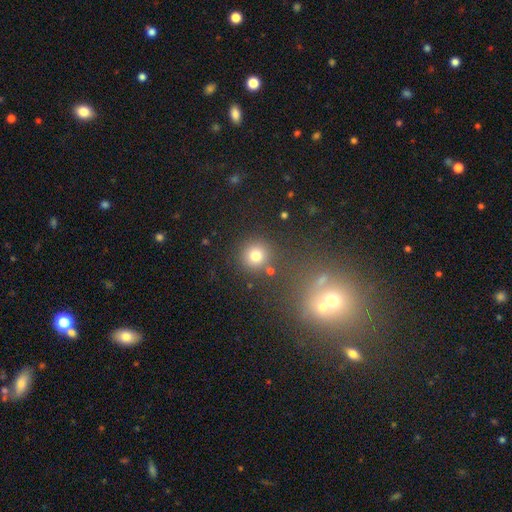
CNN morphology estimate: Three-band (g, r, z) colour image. It shows a smooth galaxy with no disk features (77%) that is round (93%). Merging: none (81%).